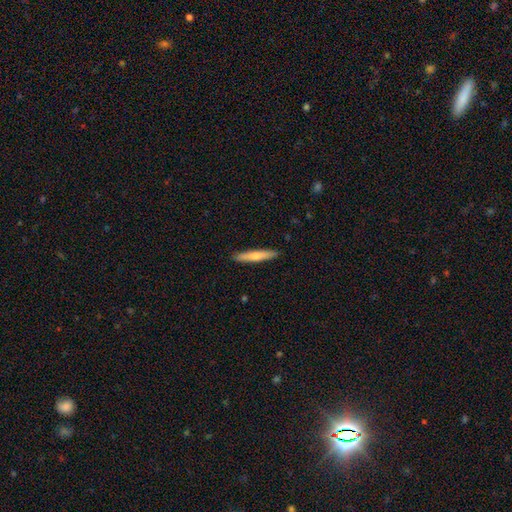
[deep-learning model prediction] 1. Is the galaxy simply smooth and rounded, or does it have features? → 64% smooth, 31% featured or disk, 5% star or artifact.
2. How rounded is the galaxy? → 93% cigar-shaped, 6% in between, 1% round.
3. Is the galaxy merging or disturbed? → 91% none, 6% minor disturbance, 1% major disturbance, 1% merger.